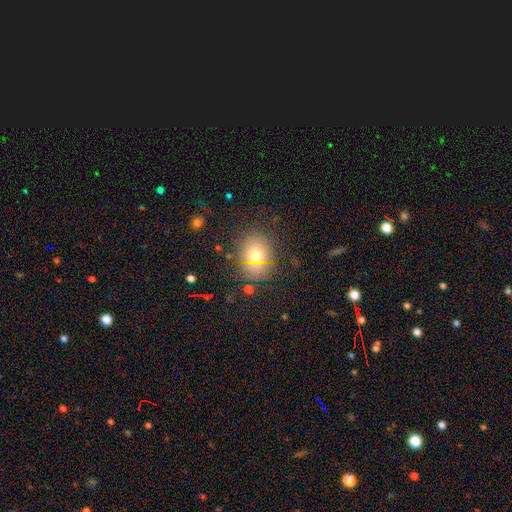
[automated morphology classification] smooth_or_featured: smooth (p=0.69) [alt: star or artifact p=0.20]
how_rounded: round (p=0.63) [alt: in between p=0.36]
merging: none (p=0.82) [alt: minor disturbance p=0.11]